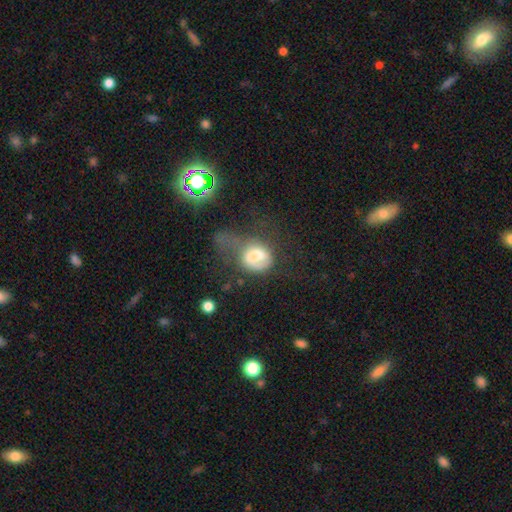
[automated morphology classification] Smooth or featured: smooth — 53% (featured or disk — 37%)
How rounded: round — 53% (in between — 46%)
Merging: major disturbance — 58% (none — 18%)